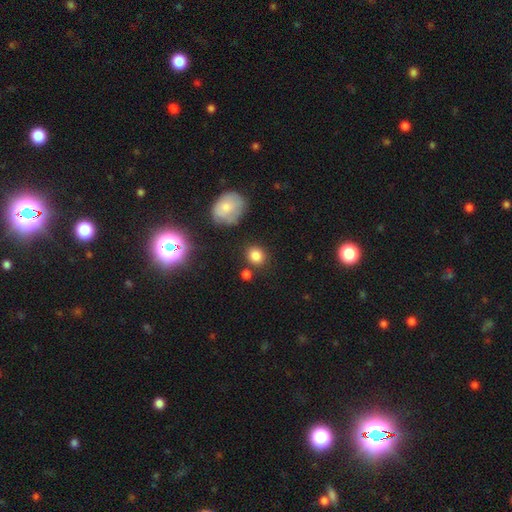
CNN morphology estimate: Smooth or featured? Predicted: smooth (p=0.83). How rounded? Predicted: round (p=0.72). Merging? Predicted: none (p=0.78).